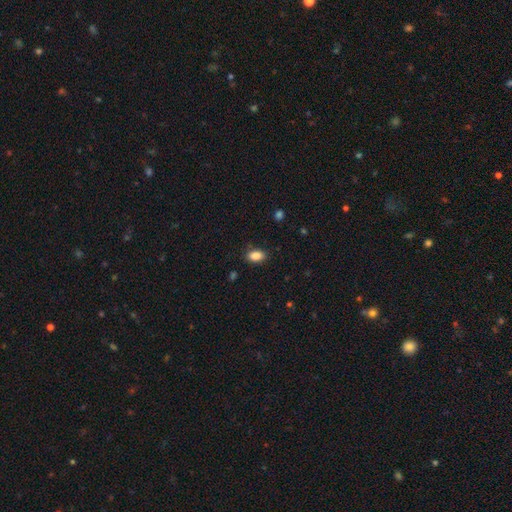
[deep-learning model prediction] smooth-or-featured: smooth: 87% | star or artifact: 9% | featured or disk: 4%
  how-rounded: in between: 90% | round: 8% | cigar-shaped: 2%
  merging: none: 85% | minor disturbance: 11% | major disturbance: 3% | merger: 1%